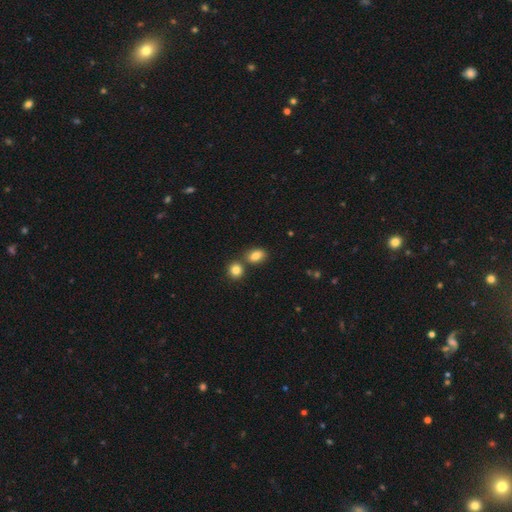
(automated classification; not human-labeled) Smooth or featured?
  - smooth: 84% *
  - star or artifact: 9%
  - featured or disk: 7%
How rounded?
  - in between: 79% *
  - round: 19%
  - cigar-shaped: 2%
Merging?
  - none: 62% *
  - merger: 25%
  - minor disturbance: 10%
  - major disturbance: 3%